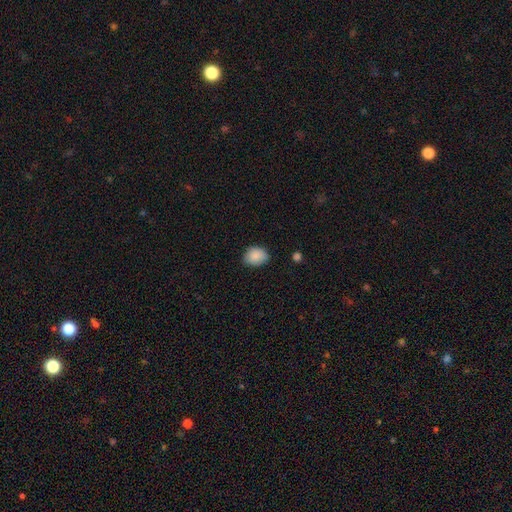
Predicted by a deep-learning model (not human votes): Q: Smooth or featured?
A: smooth (88%); runner-up: star or artifact (8%)
Q: How rounded?
A: in between (60%); runner-up: round (39%)
Q: Merging?
A: none (76%); runner-up: minor disturbance (20%)